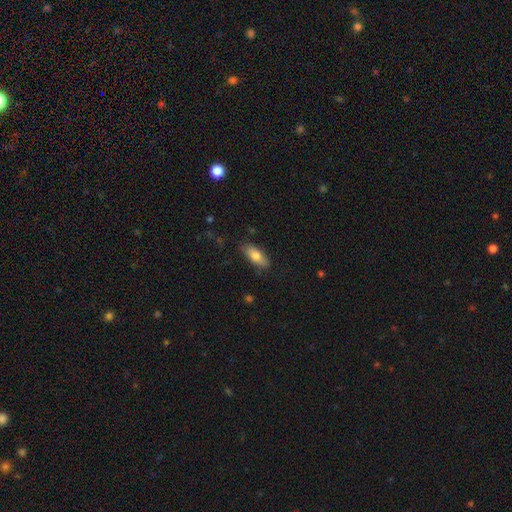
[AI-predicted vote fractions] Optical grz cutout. It shows a smooth galaxy with no disk features (75%) that is in between round and cigar-shaped (74%). Merging: none (83%).